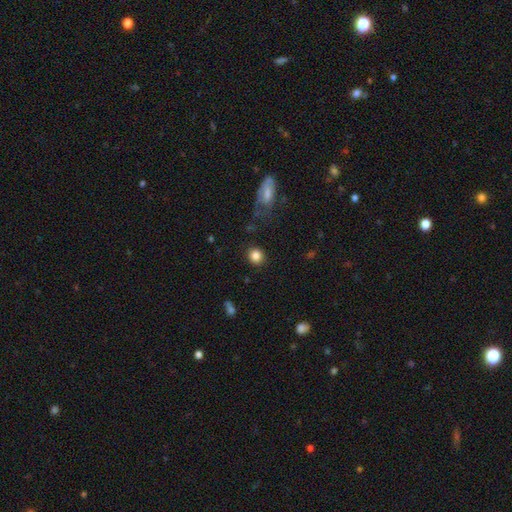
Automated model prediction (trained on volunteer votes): Smooth or featured?
  - smooth: 85% *
  - star or artifact: 10%
  - featured or disk: 5%
How rounded?
  - round: 87% *
  - in between: 12%
  - cigar-shaped: 1%
Merging?
  - none: 88% *
  - minor disturbance: 7%
  - major disturbance: 3%
  - merger: 2%